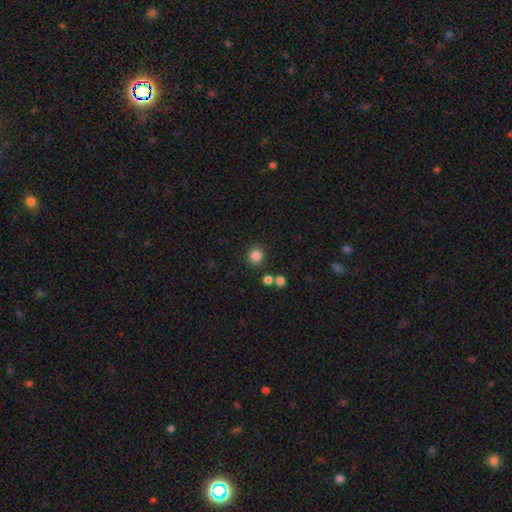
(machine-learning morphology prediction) type=smooth (84%); roundness=round (91%); merging=none (86%).